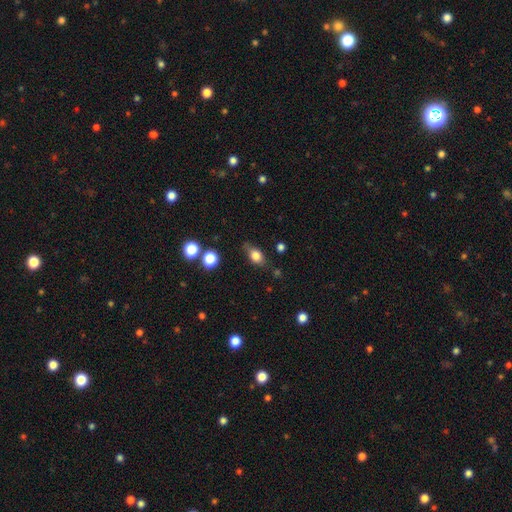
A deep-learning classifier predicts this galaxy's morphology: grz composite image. It shows a smooth galaxy with no disk features (78%) that is in between round and cigar-shaped (75%). Merging: none (71%).